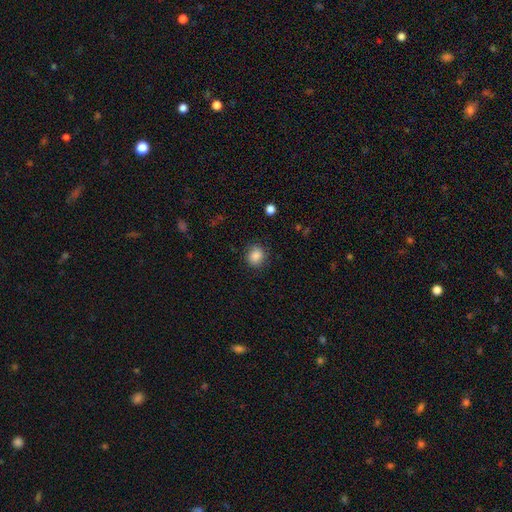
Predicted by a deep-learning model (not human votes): A smooth galaxy with no disk features (86%) that is round (78%). Merging: none (85%).